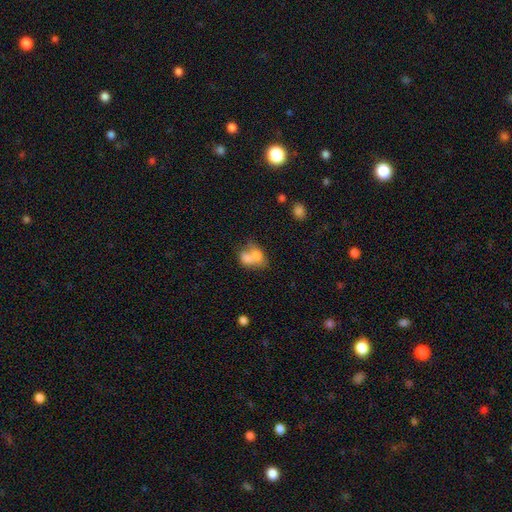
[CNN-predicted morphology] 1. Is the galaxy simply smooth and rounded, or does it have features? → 71% smooth, 21% featured or disk, 8% star or artifact.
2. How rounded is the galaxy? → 67% in between, 31% round, 2% cigar-shaped.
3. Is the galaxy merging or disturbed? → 72% merger, 16% none, 7% minor disturbance, 5% major disturbance.